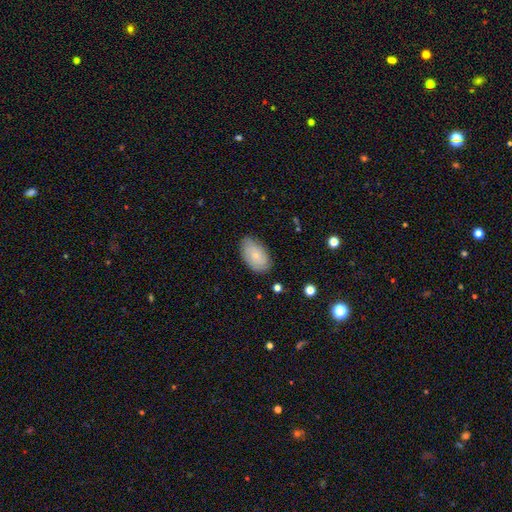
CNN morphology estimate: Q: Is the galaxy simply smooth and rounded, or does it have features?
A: smooth — 55%.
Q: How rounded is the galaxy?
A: in between — 92%.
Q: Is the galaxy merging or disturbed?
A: none — 80%.